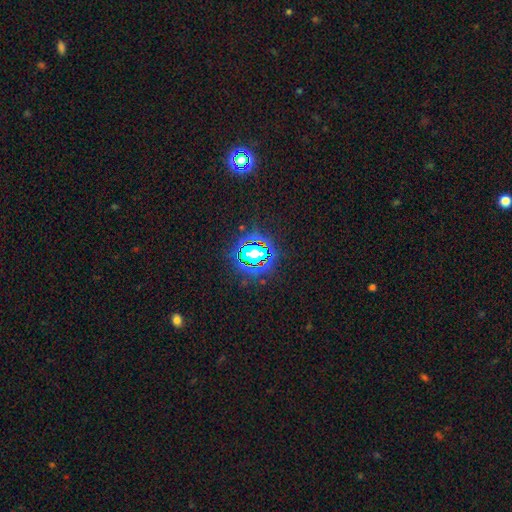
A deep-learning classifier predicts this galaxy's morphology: A star or artifact, not a galaxy (67%).